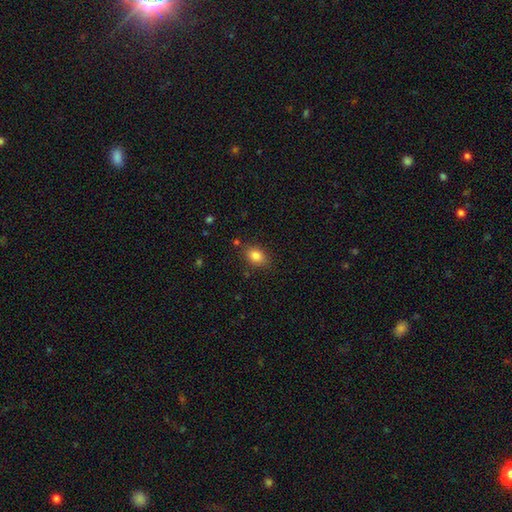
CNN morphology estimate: A smooth galaxy with no disk features (82%) that is in between round and cigar-shaped (73%). Merging: none (81%).